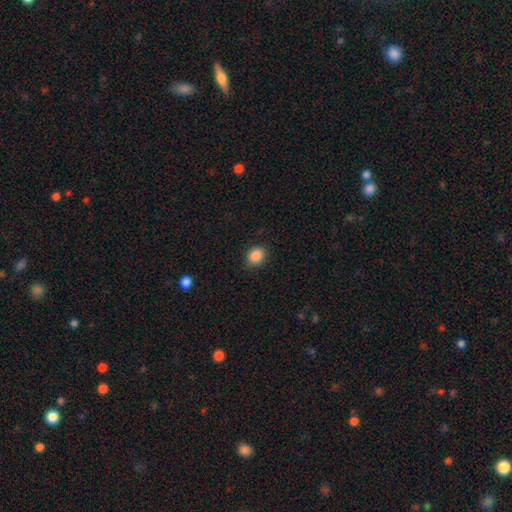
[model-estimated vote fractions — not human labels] Smooth or featured? smooth (87%)
How rounded? round (58%)
Merging? none (86%)